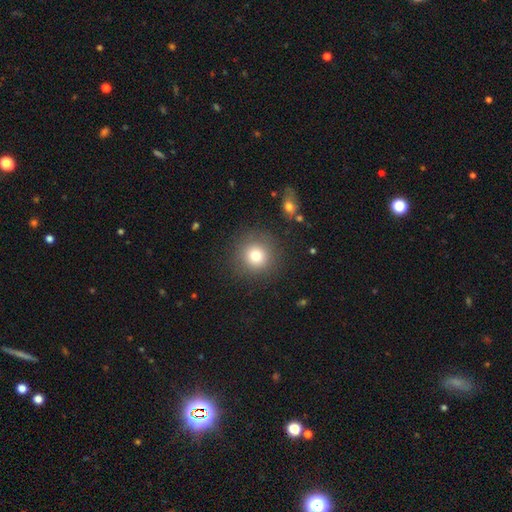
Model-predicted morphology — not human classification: smooth 77%, star or artifact 13%, featured or disk 10%. Down the decision tree: how rounded — round (93%); merging — none (88%).